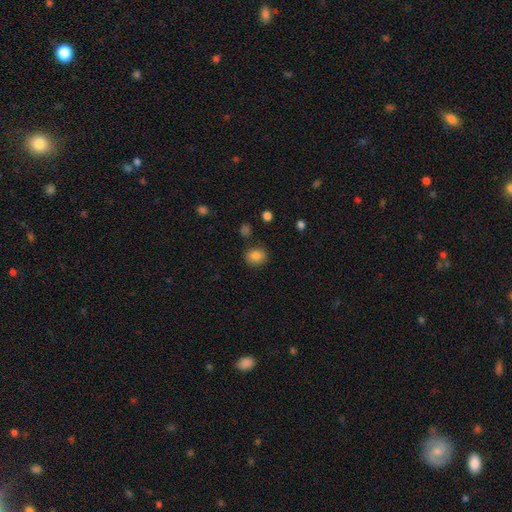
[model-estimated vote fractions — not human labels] Smooth or featured? smooth (83%)
How rounded? round (74%)
Merging? none (83%)